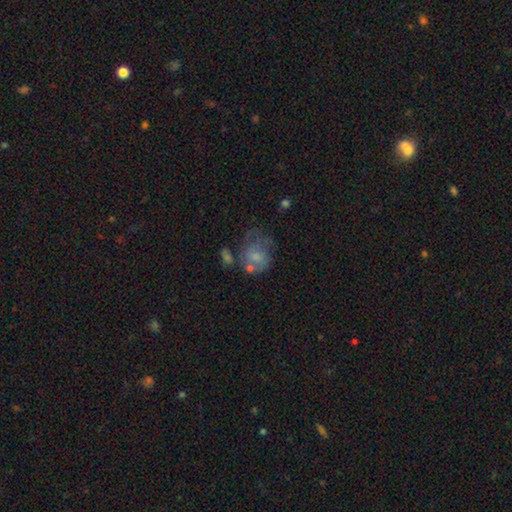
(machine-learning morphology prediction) Smooth or featured?
  - smooth: 58% *
  - featured or disk: 31%
  - star or artifact: 11%
How rounded?
  - round: 57% *
  - in between: 42%
  - cigar-shaped: 1%
Merging?
  - major disturbance: 33% *
  - none: 29%
  - minor disturbance: 24%
  - merger: 15%